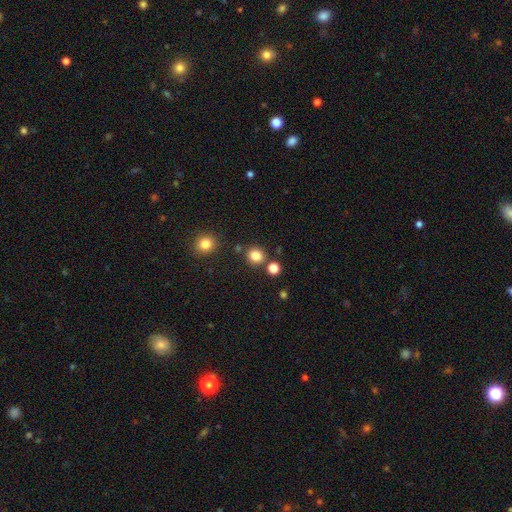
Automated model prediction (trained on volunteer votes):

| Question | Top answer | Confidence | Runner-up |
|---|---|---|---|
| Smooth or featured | smooth | 82% | star or artifact (13%) |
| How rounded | round | 84% | in between (15%) |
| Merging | none | 82% | merger (8%) |